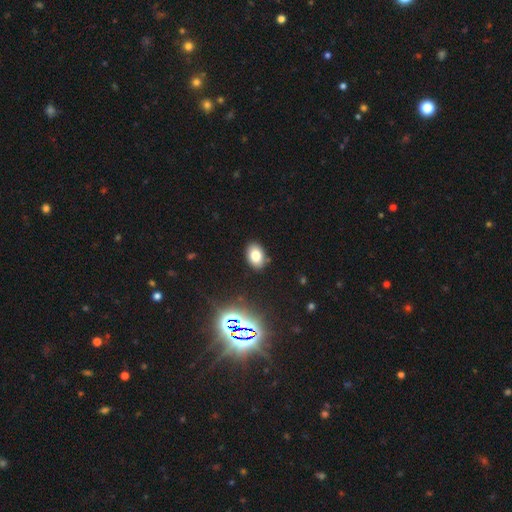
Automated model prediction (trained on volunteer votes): Q: Smooth or featured?
A: smooth (77%); runner-up: star or artifact (13%)
Q: How rounded?
A: in between (83%); runner-up: round (16%)
Q: Merging?
A: none (87%); runner-up: minor disturbance (9%)